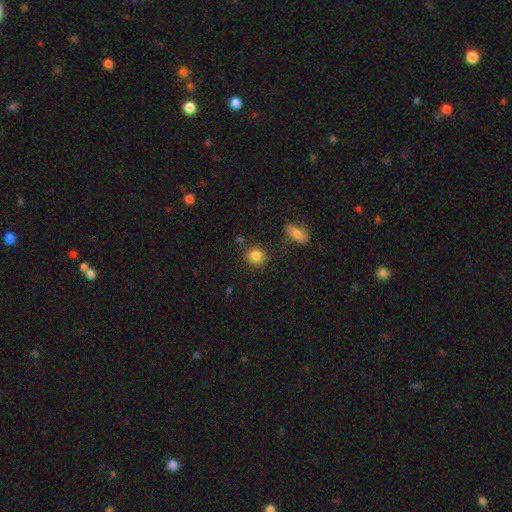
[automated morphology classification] Q: Smooth or featured?
A: smooth (85%); runner-up: star or artifact (10%)
Q: How rounded?
A: round (84%); runner-up: in between (14%)
Q: Merging?
A: none (80%); runner-up: minor disturbance (10%)